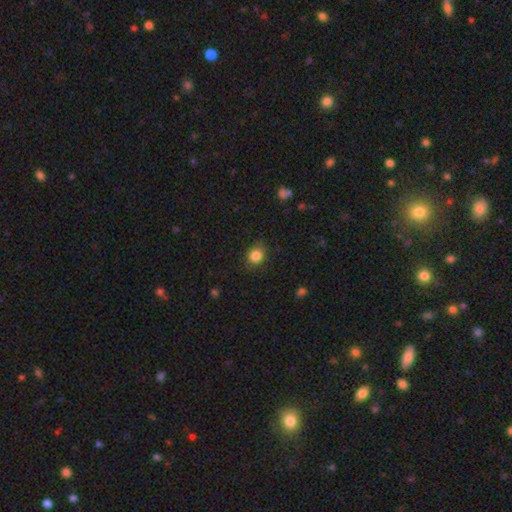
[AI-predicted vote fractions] A smooth galaxy with no disk features (84%) that is round (64%). Merging: none (82%).